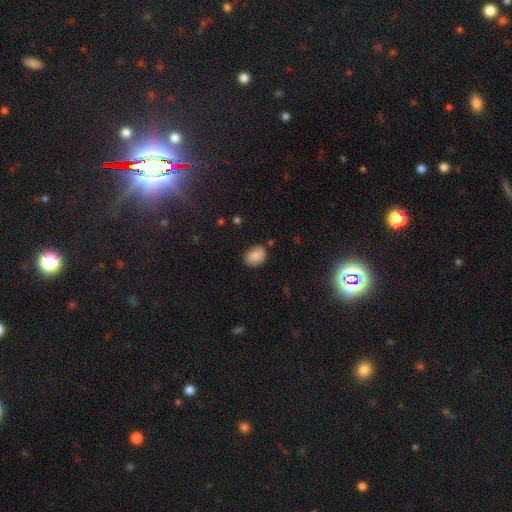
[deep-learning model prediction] Q: Smooth or featured?
A: smooth (82%); runner-up: featured or disk (10%)
Q: How rounded?
A: in between (60%); runner-up: round (39%)
Q: Merging?
A: none (75%); runner-up: minor disturbance (19%)